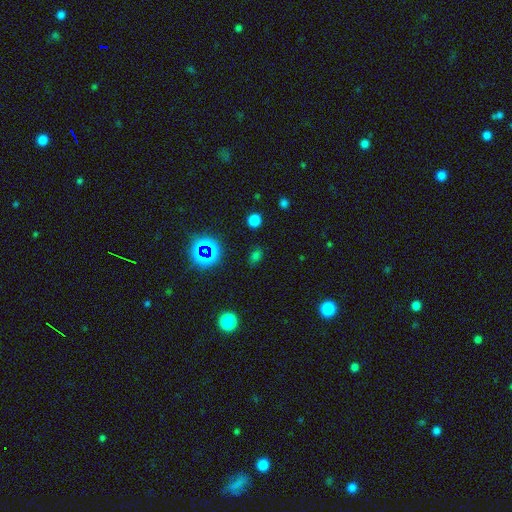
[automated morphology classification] A smooth galaxy with no disk features (57%) that is in between round and cigar-shaped (58%).

Vote fractions:
- Smooth or featured? smooth: 57% / star or artifact: 36% / featured or disk: 6%
- How rounded? in between: 58% / round: 39% / cigar-shaped: 3%
- Merging? none: 82% / minor disturbance: 11% / major disturbance: 4% / merger: 3%